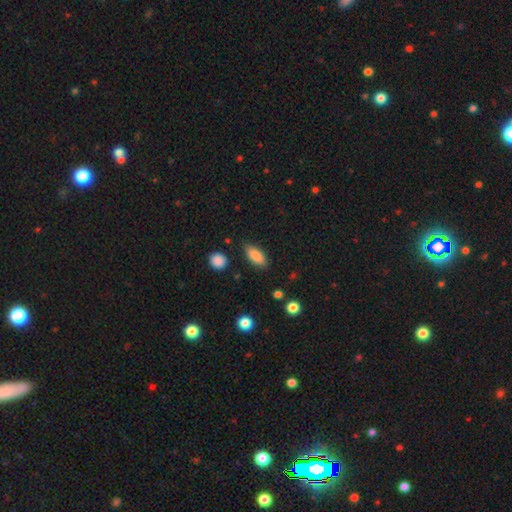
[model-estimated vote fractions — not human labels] Q: Smooth or featured?
A: smooth (86%); runner-up: star or artifact (7%)
Q: How rounded?
A: in between (86%); runner-up: cigar-shaped (11%)
Q: Merging?
A: none (82%); runner-up: minor disturbance (13%)